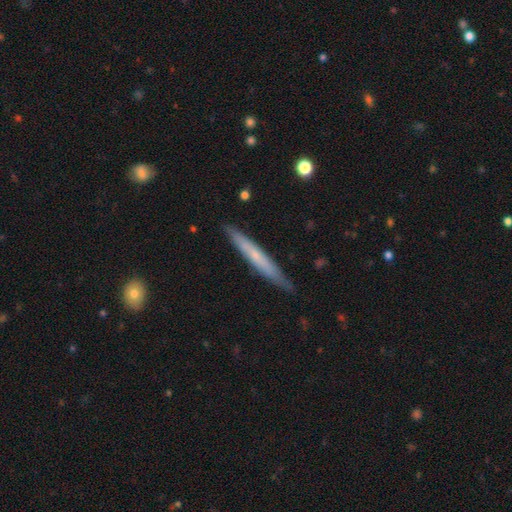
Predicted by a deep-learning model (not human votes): Q: Smooth or featured?
A: featured or disk (47%); tied with: smooth (47%)
Q: Merging?
A: none (87%); runner-up: minor disturbance (10%)